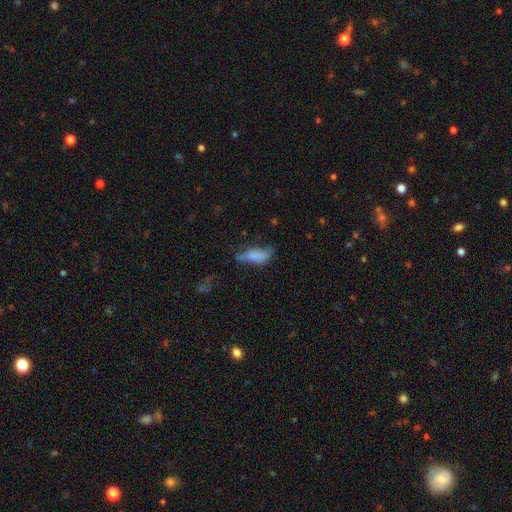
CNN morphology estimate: Smooth or featured: smooth — 69% (featured or disk — 21%)
How rounded: in between — 68% (cigar-shaped — 29%)
Merging: minor disturbance — 32% (tied with none — 32%)